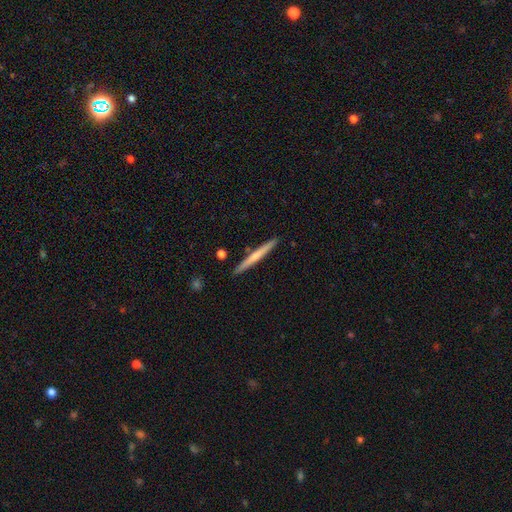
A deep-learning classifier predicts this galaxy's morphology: smooth-or-featured: smooth: 50% | featured or disk: 44% | star or artifact: 5%
  how-rounded: cigar-shaped: 97% | in between: 2% | round: 1%
  merging: none: 90% | minor disturbance: 7% | merger: 2% | major disturbance: 1%